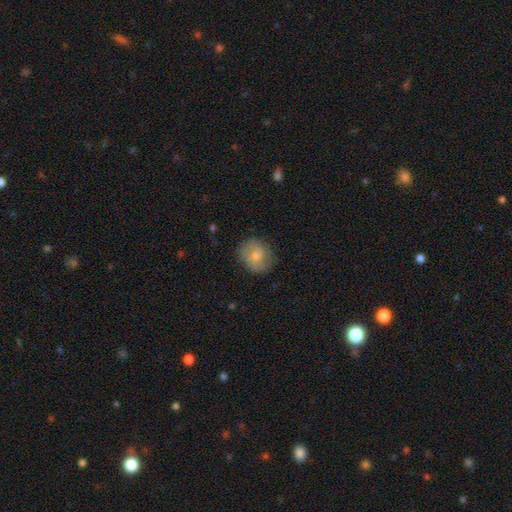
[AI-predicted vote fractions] Smooth or featured: smooth — 68% (featured or disk — 25%)
How rounded: round — 76% (in between — 23%)
Merging: none — 75% (minor disturbance — 18%)